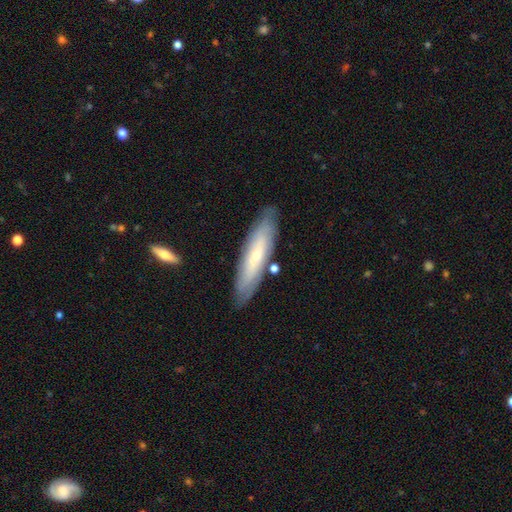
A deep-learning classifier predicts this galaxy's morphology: The model was most divided on "smooth or featured": featured or disk: 49%, smooth: 44%, star or artifact: 7%. More confident: merging — none (81%).